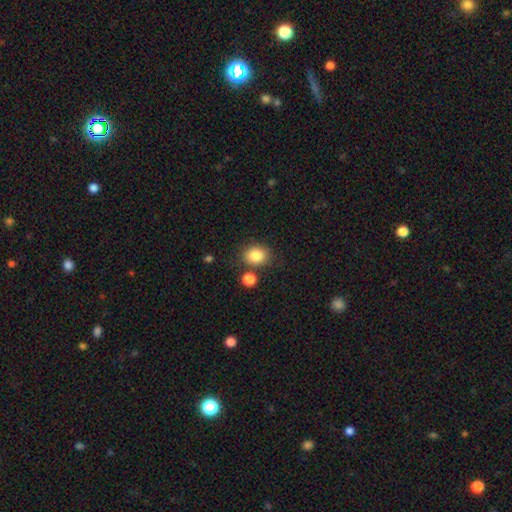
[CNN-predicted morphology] smooth 84%, star or artifact 10%, featured or disk 6%. Down the decision tree: how rounded — round (64%); merging — none (77%).